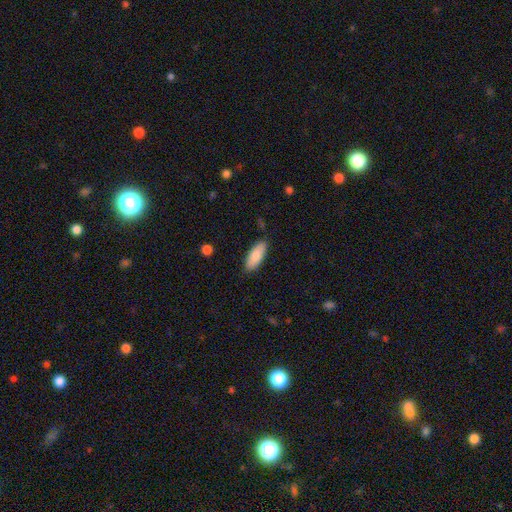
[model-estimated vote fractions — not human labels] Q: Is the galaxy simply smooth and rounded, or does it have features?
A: smooth — 86%.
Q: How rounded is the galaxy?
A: in between — 79%.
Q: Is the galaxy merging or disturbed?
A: none — 86%.